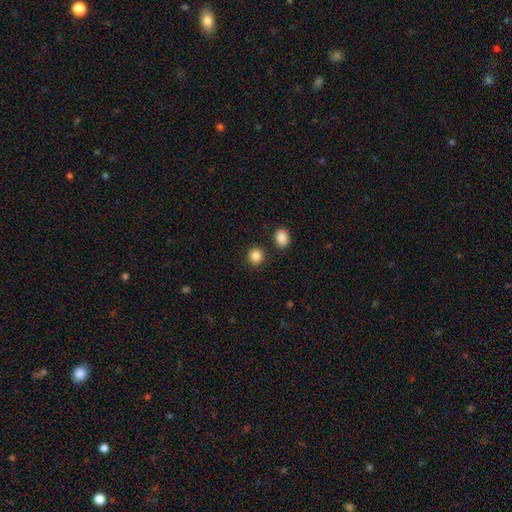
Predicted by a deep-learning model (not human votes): Overall: smooth (86%). How rounded: round (89%). Merging: none (88%).